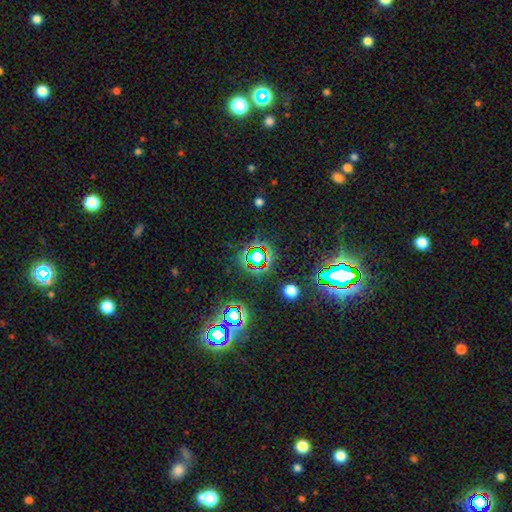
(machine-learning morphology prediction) Smooth or featured?
  - star or artifact: 72% *
  - smooth: 18%
  - featured or disk: 11%